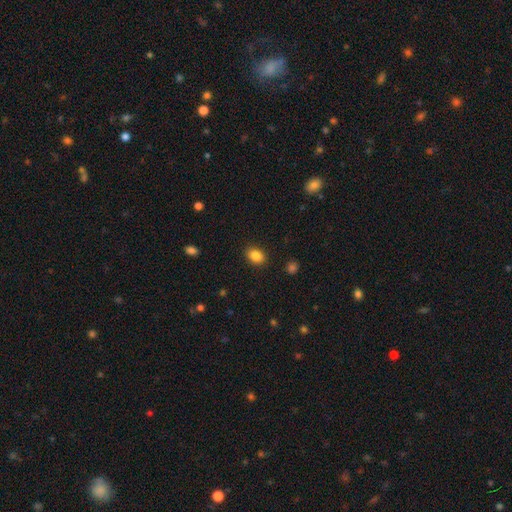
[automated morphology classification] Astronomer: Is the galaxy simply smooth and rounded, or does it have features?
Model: smooth — 87%.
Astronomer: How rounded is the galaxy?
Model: in between — 75%.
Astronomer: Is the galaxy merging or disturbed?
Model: none — 88%.